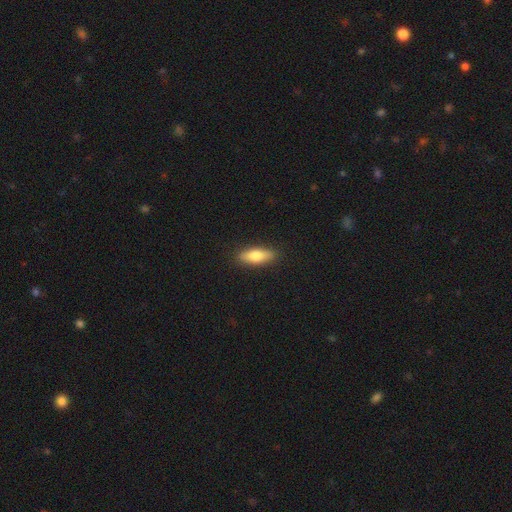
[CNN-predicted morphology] A smooth galaxy with no disk features (72%) that is in between round and cigar-shaped (58%).

Vote fractions:
- Smooth or featured? smooth: 72% / featured or disk: 22% / star or artifact: 6%
- How rounded? in between: 58% / cigar-shaped: 40% / round: 3%
- Merging? none: 89% / minor disturbance: 8% / major disturbance: 2% / merger: 1%